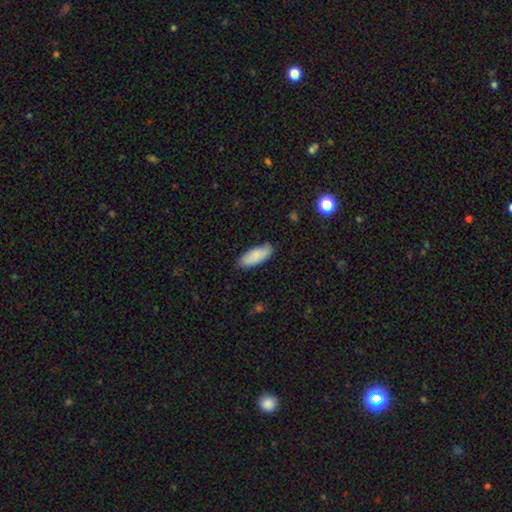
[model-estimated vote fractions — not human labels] A smooth galaxy with no disk features (84%) that is in between round and cigar-shaped (82%). Merging: none (79%).